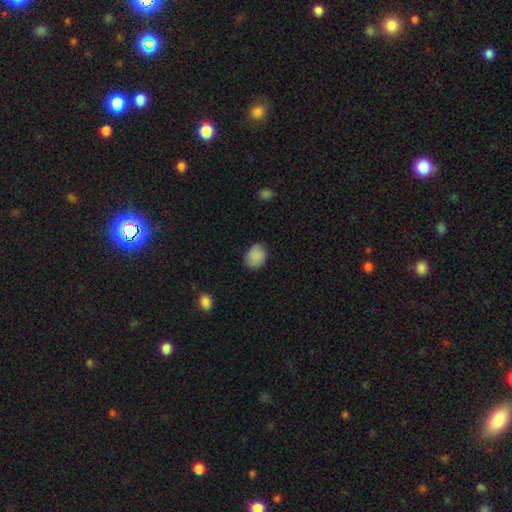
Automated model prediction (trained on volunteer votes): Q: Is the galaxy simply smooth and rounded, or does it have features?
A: smooth — 87%.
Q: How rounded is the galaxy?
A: in between — 65%.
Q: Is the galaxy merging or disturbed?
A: none — 79%.